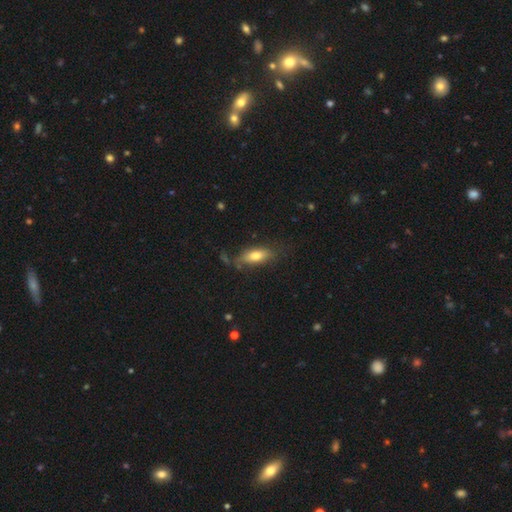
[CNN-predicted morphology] Q: Smooth or featured?
A: smooth (72%); runner-up: featured or disk (20%)
Q: How rounded?
A: in between (72%); runner-up: cigar-shaped (25%)
Q: Merging?
A: none (65%); runner-up: minor disturbance (23%)